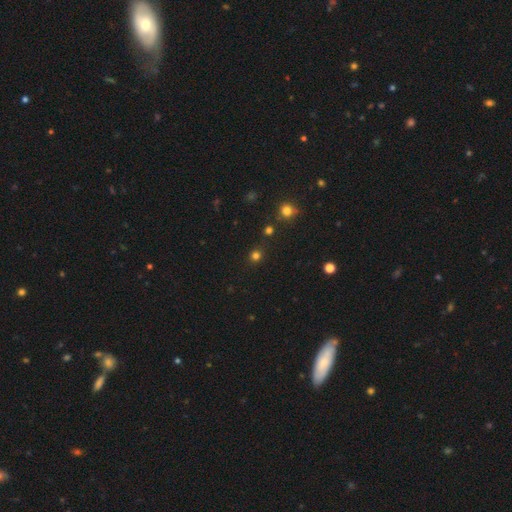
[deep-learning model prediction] Q: Smooth or featured?
A: smooth (72%); runner-up: star or artifact (23%)
Q: How rounded?
A: round (87%); runner-up: in between (12%)
Q: Merging?
A: none (85%); runner-up: minor disturbance (8%)